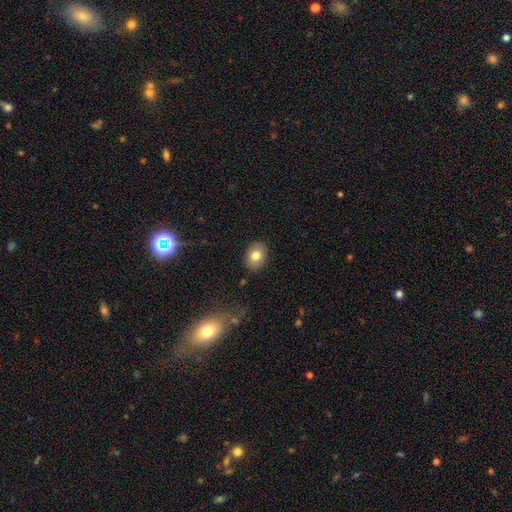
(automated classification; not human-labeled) The model was most divided on "how rounded": in between: 69%, round: 30%, cigar-shaped: 1%. More confident: merging — none (87%); smooth or featured — smooth (79%).